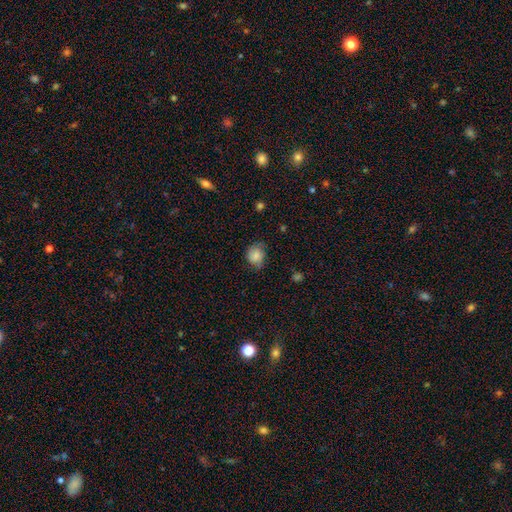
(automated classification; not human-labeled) Smooth or featured?
  - smooth: 74% *
  - featured or disk: 17%
  - star or artifact: 9%
How rounded?
  - round: 62% *
  - in between: 37%
  - cigar-shaped: 1%
Merging?
  - none: 61% *
  - minor disturbance: 29%
  - major disturbance: 9%
  - merger: 1%